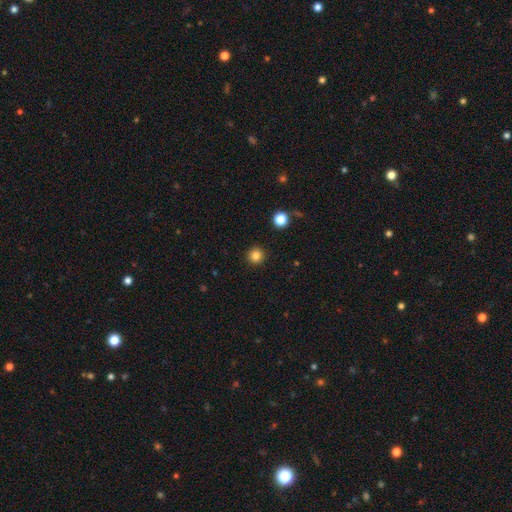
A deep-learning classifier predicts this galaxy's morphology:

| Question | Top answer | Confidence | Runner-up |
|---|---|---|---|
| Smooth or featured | smooth | 84% | star or artifact (12%) |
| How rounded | round | 95% | in between (4%) |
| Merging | none | 93% | minor disturbance (4%) |